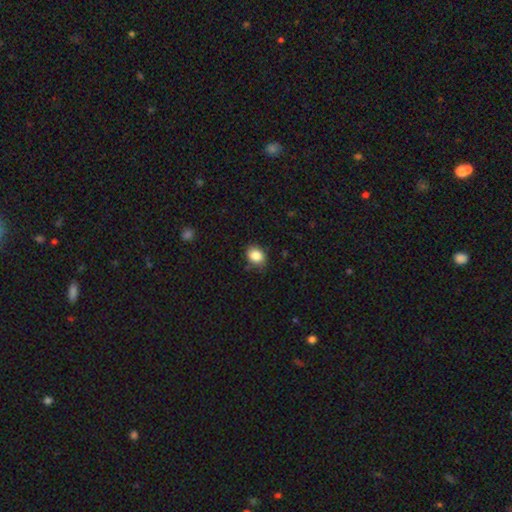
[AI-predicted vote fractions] Smooth or featured?
  - smooth: 85% *
  - star or artifact: 9%
  - featured or disk: 5%
How rounded?
  - in between: 53% *
  - round: 47%
  - cigar-shaped: 1%
Merging?
  - none: 77% *
  - minor disturbance: 18%
  - major disturbance: 3%
  - merger: 1%